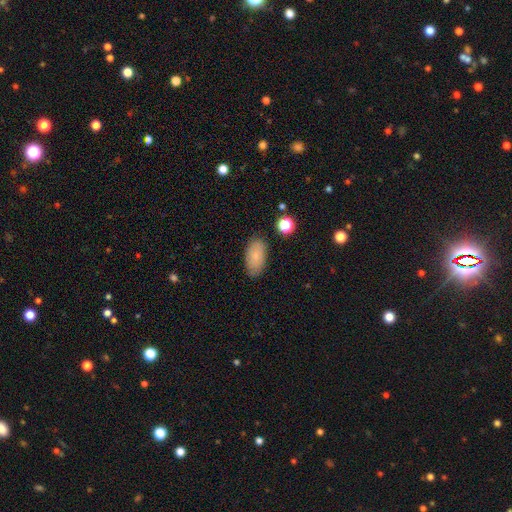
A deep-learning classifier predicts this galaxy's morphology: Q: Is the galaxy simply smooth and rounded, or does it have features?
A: smooth — 78%.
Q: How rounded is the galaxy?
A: in between — 93%.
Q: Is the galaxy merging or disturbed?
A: none — 82%.